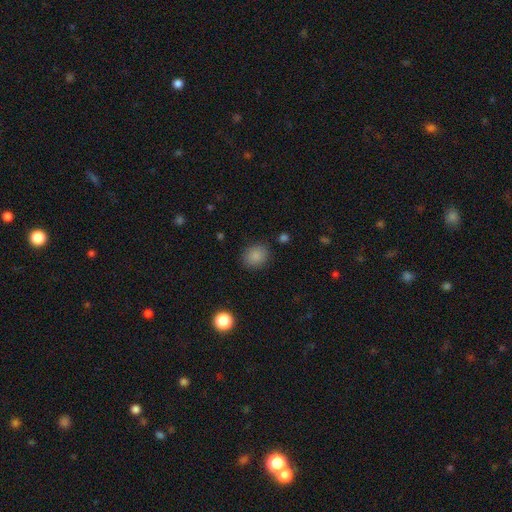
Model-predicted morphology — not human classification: Smooth or featured? Predicted: smooth (p=0.86). How rounded? Predicted: round (p=0.63). Merging? Predicted: none (p=0.84).